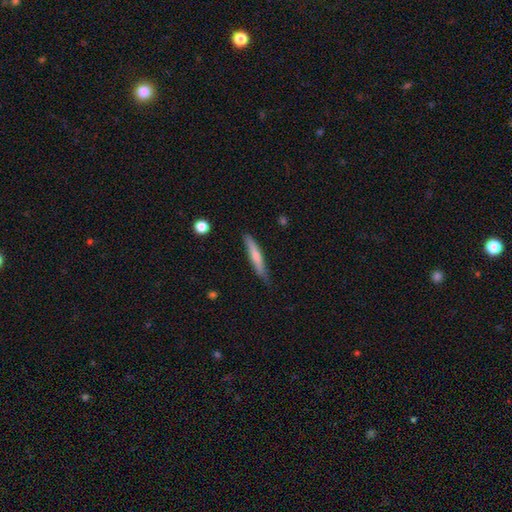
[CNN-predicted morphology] This appears to be a smooth galaxy with no disk features (64%) that is cigar-shaped (92%). Merging: none (78%).